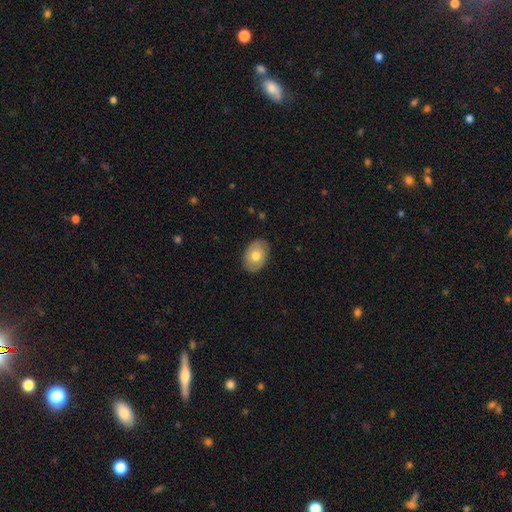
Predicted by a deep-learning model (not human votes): This is likely a smooth galaxy (64%). How rounded: likely in between (78%). Merging: clearly none (85%).